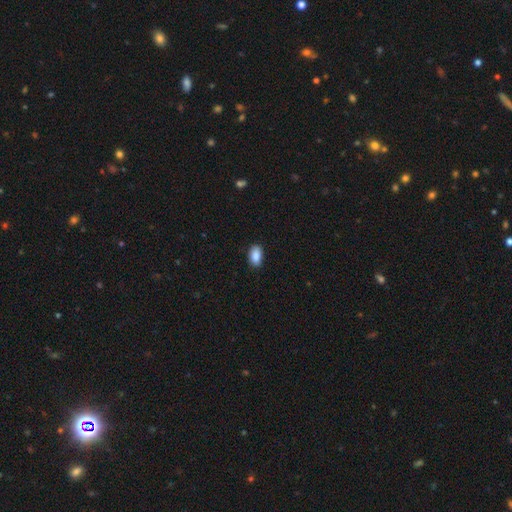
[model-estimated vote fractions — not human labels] A smooth galaxy with no disk features (89%) that is in between round and cigar-shaped (92%). Merging: none (86%).